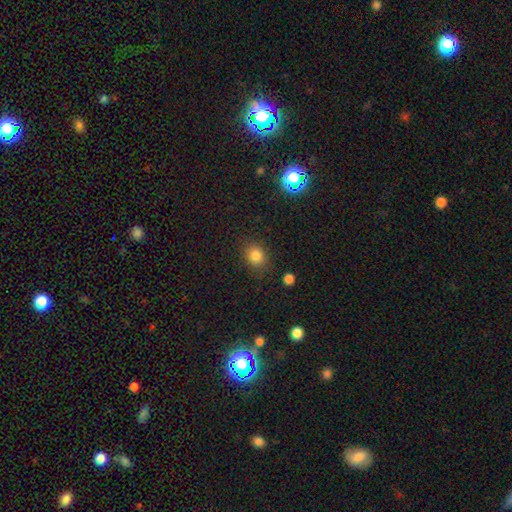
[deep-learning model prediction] Smooth or featured? smooth (82%)
How rounded? round (63%)
Merging? none (82%)